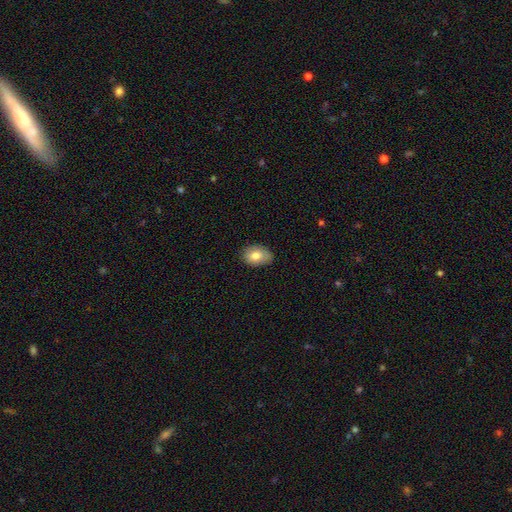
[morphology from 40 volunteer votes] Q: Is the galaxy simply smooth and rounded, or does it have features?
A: smooth — 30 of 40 (75%).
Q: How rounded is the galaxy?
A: in between — 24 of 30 (80%).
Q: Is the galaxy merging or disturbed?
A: none — 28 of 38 (74%).